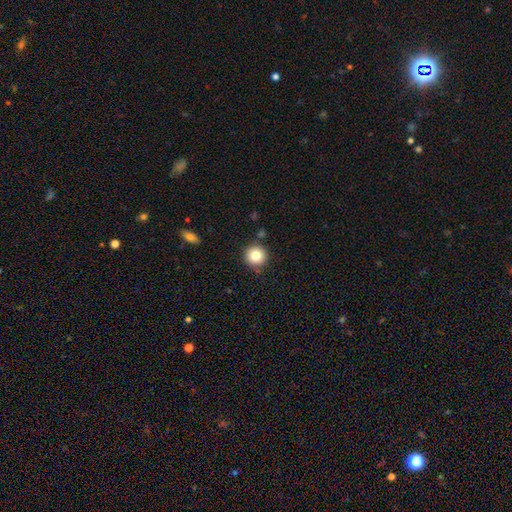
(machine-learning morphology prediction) A smooth galaxy with no disk features (82%) that is round (94%).

Vote fractions:
- Smooth or featured? smooth: 82% / star or artifact: 10% / featured or disk: 8%
- How rounded? round: 94% / in between: 5% / cigar-shaped: 1%
- Merging? none: 87% / minor disturbance: 7% / merger: 3% / major disturbance: 2%